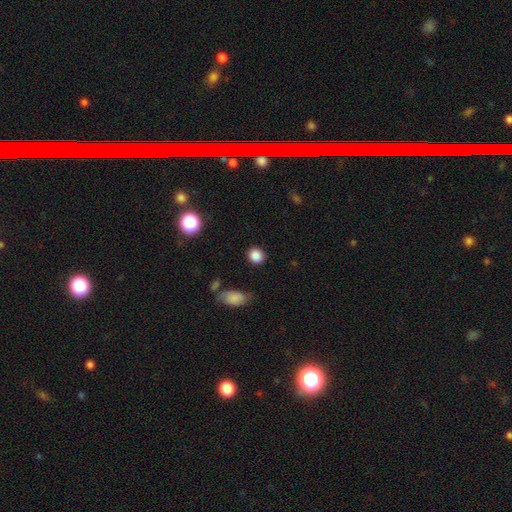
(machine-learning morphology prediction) Smooth or featured?
  - smooth: 86% *
  - star or artifact: 10%
  - featured or disk: 4%
How rounded?
  - round: 76% *
  - in between: 23%
  - cigar-shaped: 1%
Merging?
  - none: 86% *
  - minor disturbance: 9%
  - major disturbance: 3%
  - merger: 2%